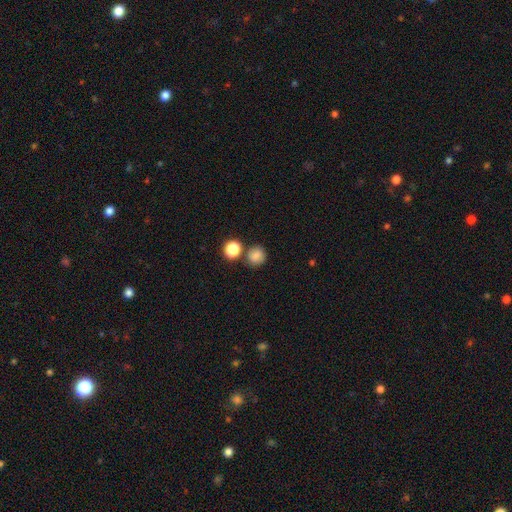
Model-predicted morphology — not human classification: This is clearly a smooth galaxy (80%). How rounded: clearly round (85%). Merging: likely none (73%).